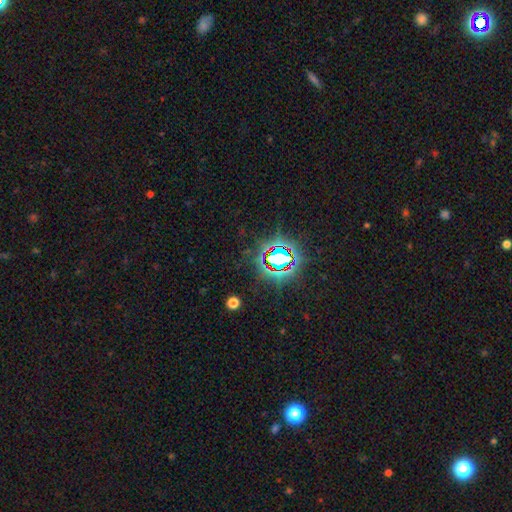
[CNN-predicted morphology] star or artifact 81%, smooth 11%, featured or disk 8%.